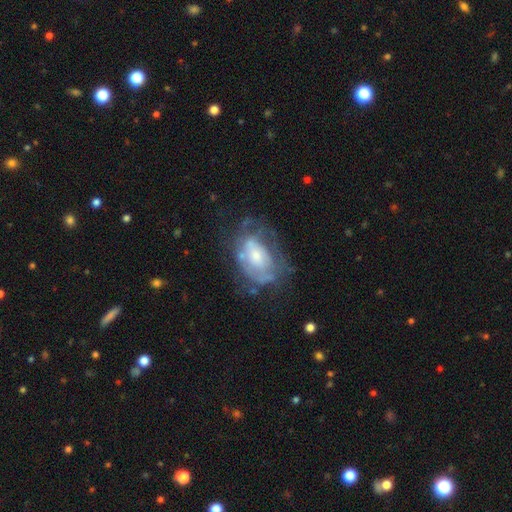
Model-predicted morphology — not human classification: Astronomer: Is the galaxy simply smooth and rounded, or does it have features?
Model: featured or disk — 61%.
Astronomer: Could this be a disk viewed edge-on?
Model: no — 95%.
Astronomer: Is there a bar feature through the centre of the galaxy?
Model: no — 72%.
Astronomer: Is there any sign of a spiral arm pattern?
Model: no — 54% (runner-up: yes, 46%).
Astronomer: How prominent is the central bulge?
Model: moderate — 45% (runner-up: small, 38%).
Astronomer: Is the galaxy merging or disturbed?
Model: none — 43% (runner-up: minor disturbance, 27%).